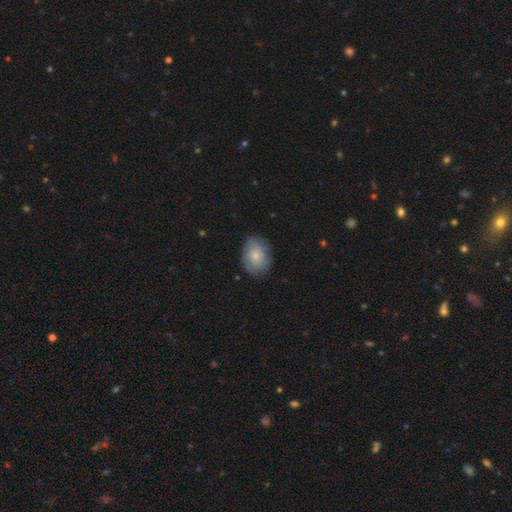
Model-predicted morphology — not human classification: Smooth or featured: smooth — 67% (featured or disk — 26%)
How rounded: in between — 68% (round — 31%)
Merging: none — 76% (minor disturbance — 18%)